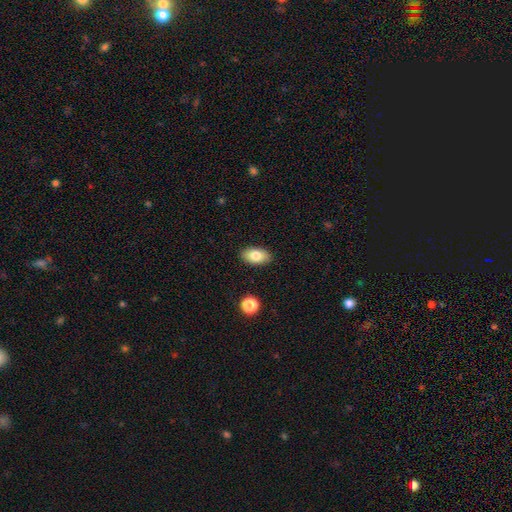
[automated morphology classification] Q: Smooth or featured?
A: smooth (81%); runner-up: featured or disk (11%)
Q: How rounded?
A: in between (93%); runner-up: round (6%)
Q: Merging?
A: none (89%); runner-up: minor disturbance (8%)